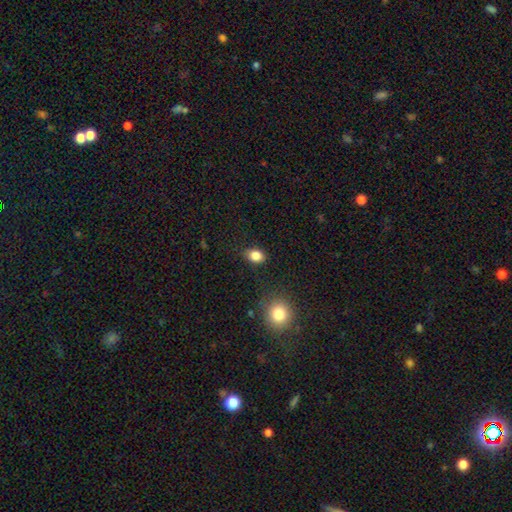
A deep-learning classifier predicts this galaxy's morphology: The model was most divided on "how rounded": in between: 66%, round: 32%, cigar-shaped: 1%. More confident: smooth or featured — smooth (85%); merging — none (81%).